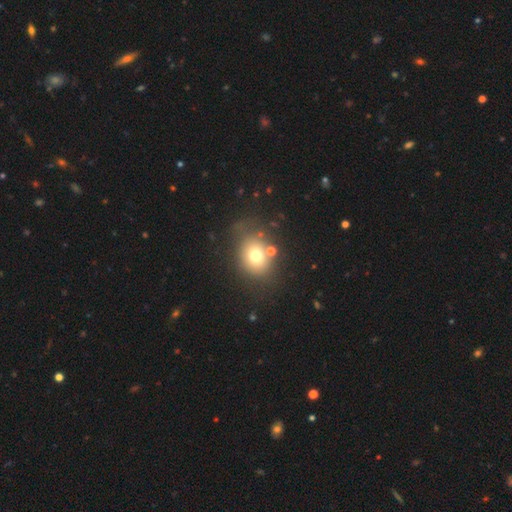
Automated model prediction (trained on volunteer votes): Q: Smooth or featured?
A: smooth (71%); runner-up: featured or disk (15%)
Q: How rounded?
A: round (60%); runner-up: in between (39%)
Q: Merging?
A: none (65%); runner-up: minor disturbance (16%)